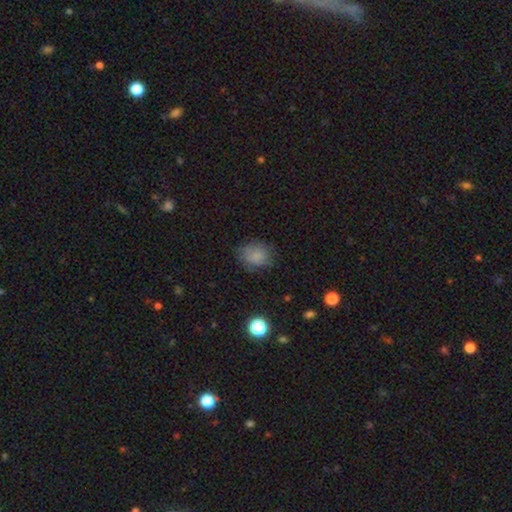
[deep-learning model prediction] Smooth or featured: smooth — 79% (star or artifact — 12%)
How rounded: round — 53% (in between — 46%)
Merging: none — 70% (minor disturbance — 21%)